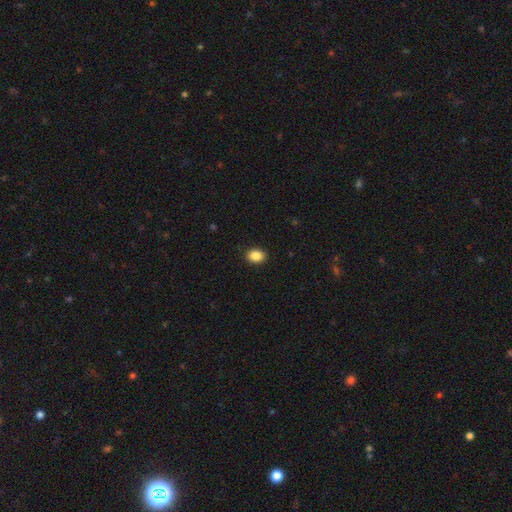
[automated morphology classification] This is clearly a smooth galaxy (87%). How rounded: likely in between (64%). Merging: clearly none (91%).